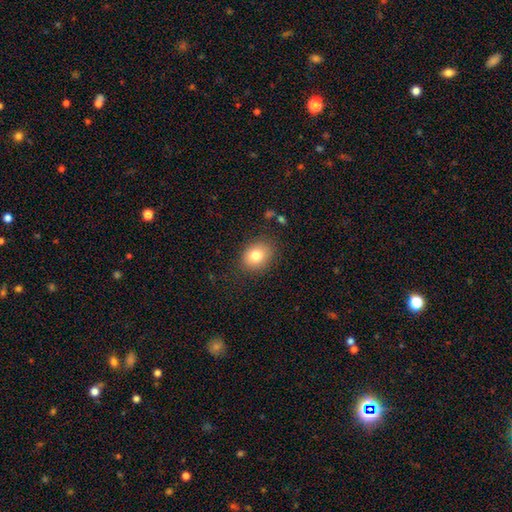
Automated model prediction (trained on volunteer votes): smooth 80%, featured or disk 10%, star or artifact 10%. Down the decision tree: how rounded — in between (51%); merging — none (83%).